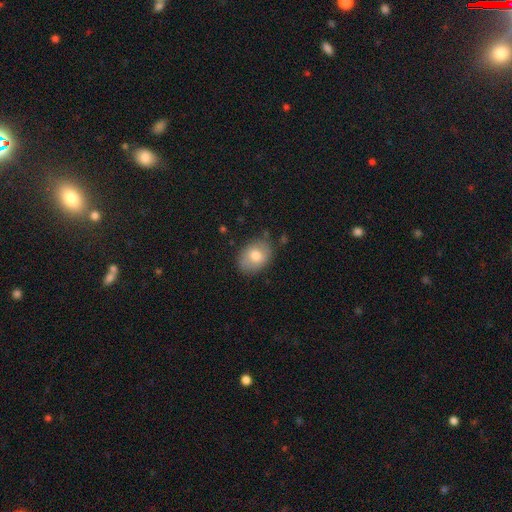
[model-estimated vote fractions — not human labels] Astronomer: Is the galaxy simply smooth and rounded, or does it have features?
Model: smooth — 75%.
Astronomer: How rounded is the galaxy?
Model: in between — 74%.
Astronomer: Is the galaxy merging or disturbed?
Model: none — 78%.